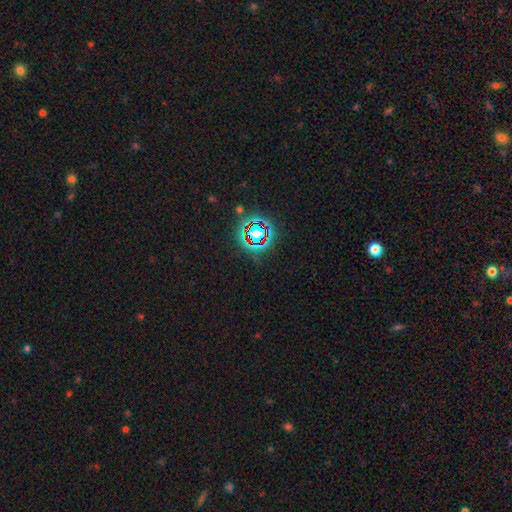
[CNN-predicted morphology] This is likely a star or artifact rather than a galaxy (75%).